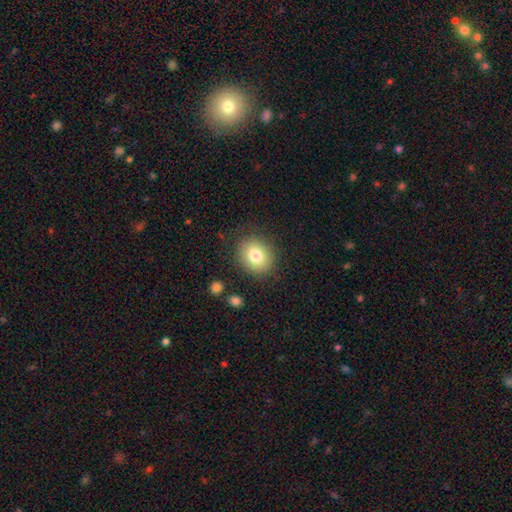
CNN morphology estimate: Q: Smooth or featured?
A: smooth (80%); runner-up: featured or disk (11%)
Q: How rounded?
A: round (66%); runner-up: in between (33%)
Q: Merging?
A: none (84%); runner-up: minor disturbance (10%)